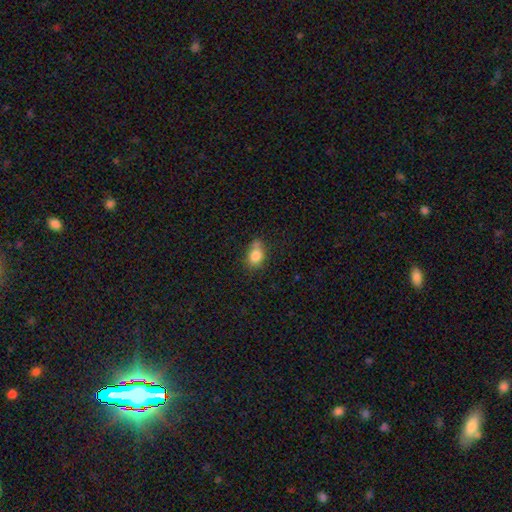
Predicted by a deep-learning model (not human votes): A smooth galaxy with no disk features (81%) that is in between round and cigar-shaped (62%).

Vote fractions:
- Smooth or featured? smooth: 81% / star or artifact: 10% / featured or disk: 9%
- How rounded? in between: 62% / round: 35% / cigar-shaped: 2%
- Merging? none: 48% / minor disturbance: 29% / merger: 14% / major disturbance: 9%